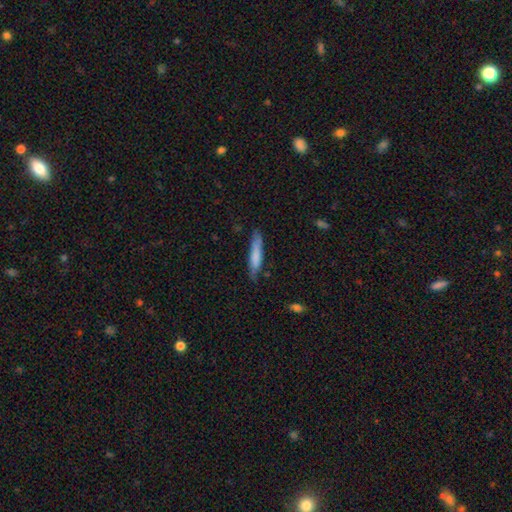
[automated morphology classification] Q: Smooth or featured?
A: smooth (72%); runner-up: featured or disk (22%)
Q: How rounded?
A: cigar-shaped (88%); runner-up: in between (11%)
Q: Merging?
A: none (72%); runner-up: minor disturbance (21%)